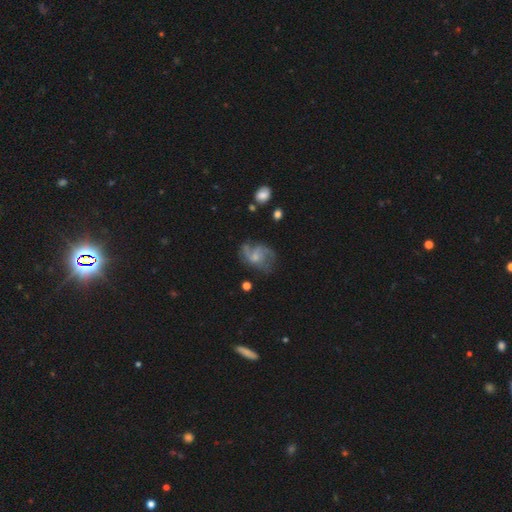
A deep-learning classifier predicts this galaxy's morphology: This appears to be a featured or disk galaxy (67%) with no bar (63%), 2 (39%) loose (45%) spiral arms (81%) and a small central bulge (51%). Merging: none (47%).